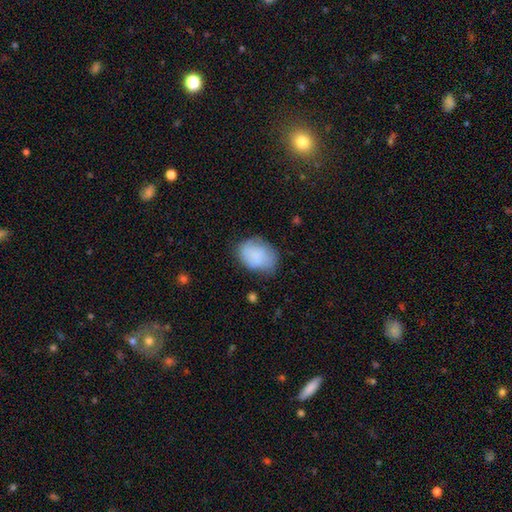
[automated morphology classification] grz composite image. It shows a smooth galaxy with no disk features (82%) that is in between round and cigar-shaped (71%). Merging: none (64%).